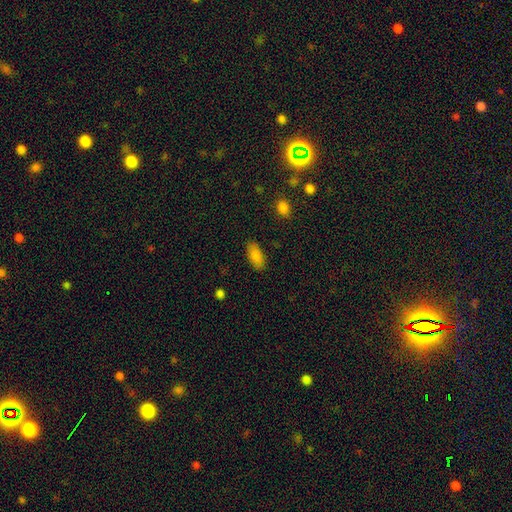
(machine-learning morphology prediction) This appears to be a smooth galaxy with no disk features (85%) that is in between round and cigar-shaped (88%). Merging: none (86%).